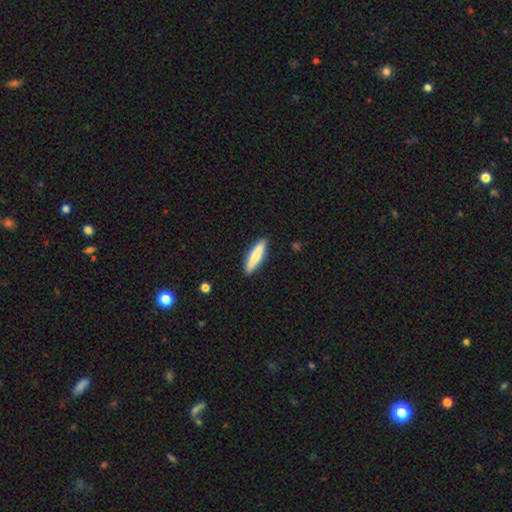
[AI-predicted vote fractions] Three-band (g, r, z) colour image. It shows a smooth galaxy with no disk features (73%) that is cigar-shaped (80%). Merging: none (90%).